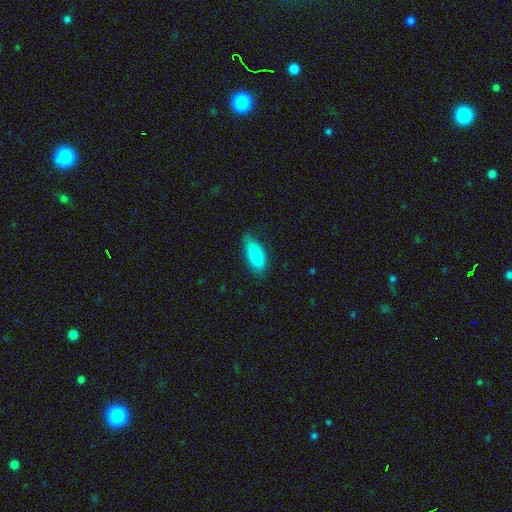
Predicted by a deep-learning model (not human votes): This appears to be a smooth galaxy with no disk features (87%) that is in between round and cigar-shaped (78%). Merging: none (67%).